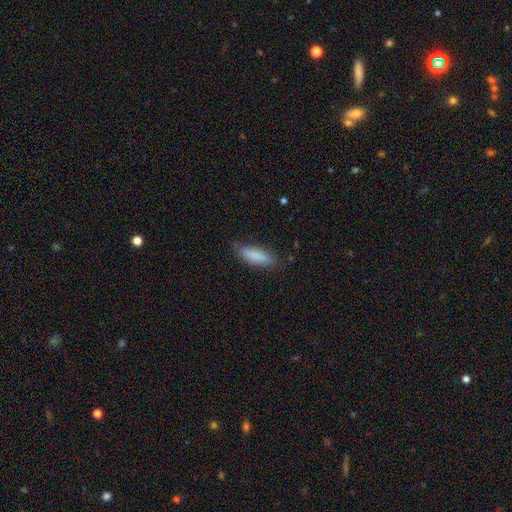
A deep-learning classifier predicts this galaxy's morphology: Overall: smooth (84%). How rounded: in between (52%; cigar-shaped 46%). Merging: none (76%).